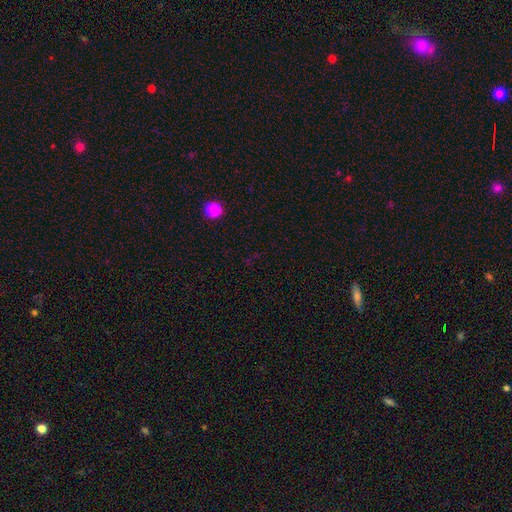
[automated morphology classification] A star or artifact, not a galaxy (62%).